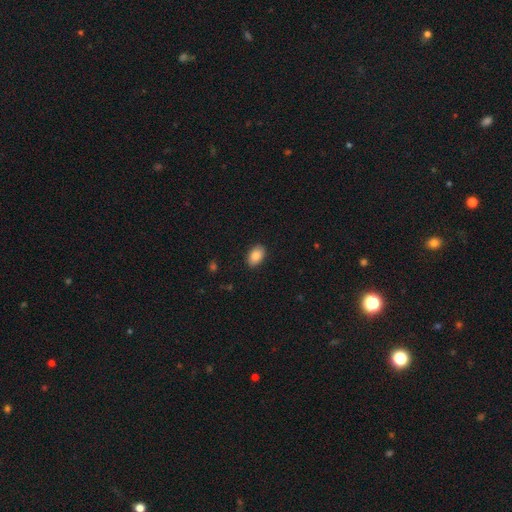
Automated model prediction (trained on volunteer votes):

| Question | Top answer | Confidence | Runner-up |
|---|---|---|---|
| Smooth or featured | smooth | 86% | star or artifact (7%) |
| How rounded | in between | 89% | round (10%) |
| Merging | none | 88% | minor disturbance (9%) |